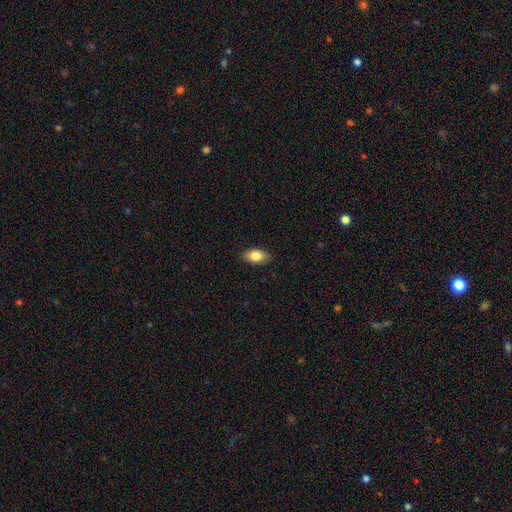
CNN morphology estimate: The model was most divided on "smooth or featured": smooth: 82%, featured or disk: 11%, star or artifact: 7%. More confident: how rounded — in between (91%); merging — none (87%).